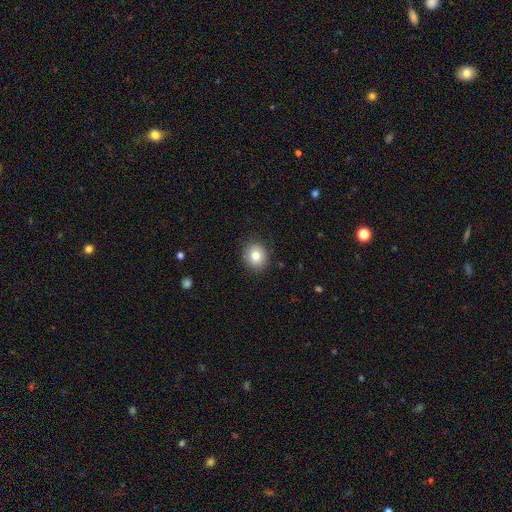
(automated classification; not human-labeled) Smooth or featured: smooth — 81% (star or artifact — 10%)
How rounded: round — 78% (in between — 21%)
Merging: none — 90% (minor disturbance — 7%)